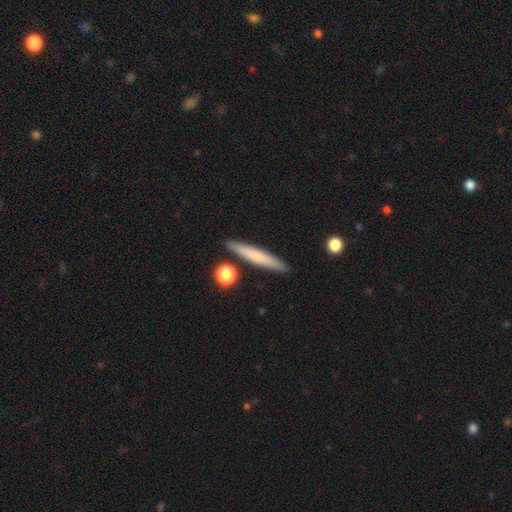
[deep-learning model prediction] Smooth or featured? Predicted: smooth (p=0.67). How rounded? Predicted: cigar-shaped (p=0.93). Merging? Predicted: none (p=0.87).